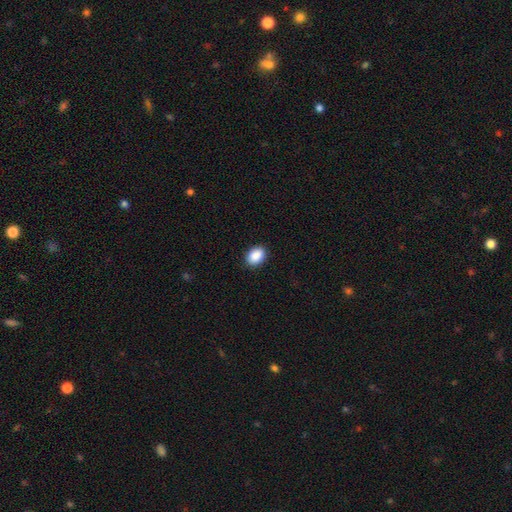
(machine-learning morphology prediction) smooth 90%, star or artifact 7%, featured or disk 3%. Down the decision tree: how rounded — in between (76%); merging — none (90%).